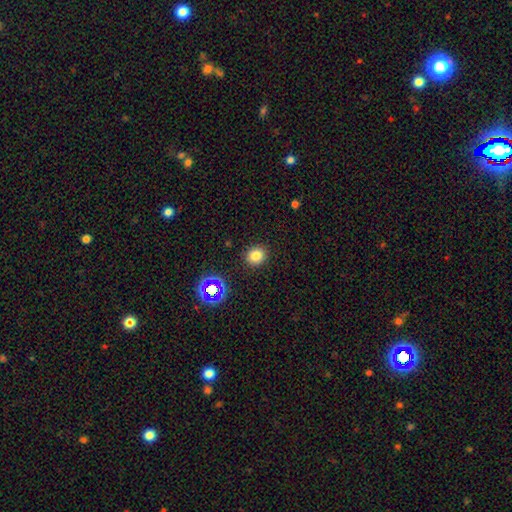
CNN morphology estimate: This appears to be a smooth galaxy with no disk features (79%) that is round (74%). Merging: none (89%).